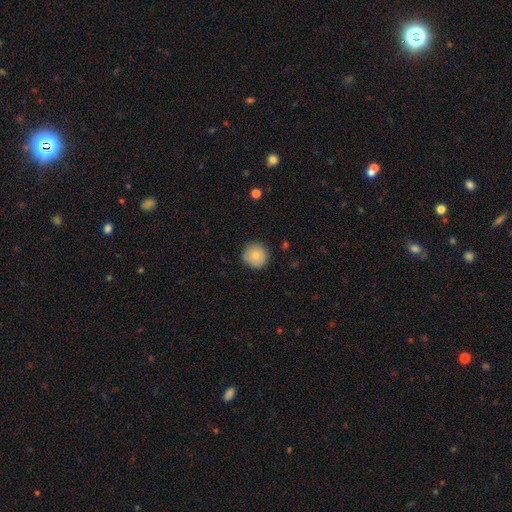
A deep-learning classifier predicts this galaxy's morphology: A smooth galaxy with no disk features (81%) that is round (95%).

Vote fractions:
- Smooth or featured? smooth: 81% / featured or disk: 11% / star or artifact: 8%
- How rounded? round: 95% / in between: 4% / cigar-shaped: 1%
- Merging? none: 85% / minor disturbance: 11% / major disturbance: 2% / merger: 1%